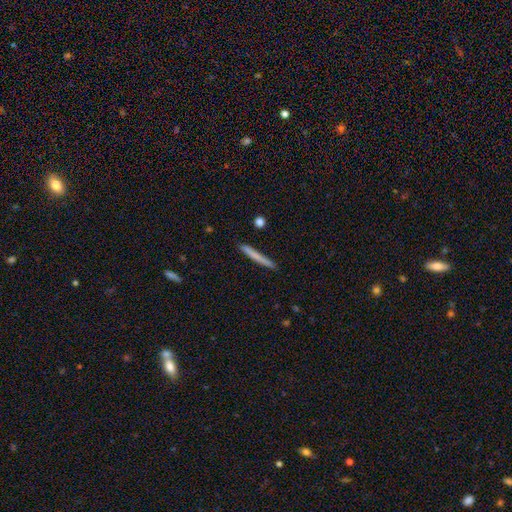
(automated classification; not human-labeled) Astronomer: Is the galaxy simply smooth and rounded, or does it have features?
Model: smooth — 69%.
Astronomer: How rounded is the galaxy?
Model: cigar-shaped — 97%.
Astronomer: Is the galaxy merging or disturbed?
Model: none — 90%.